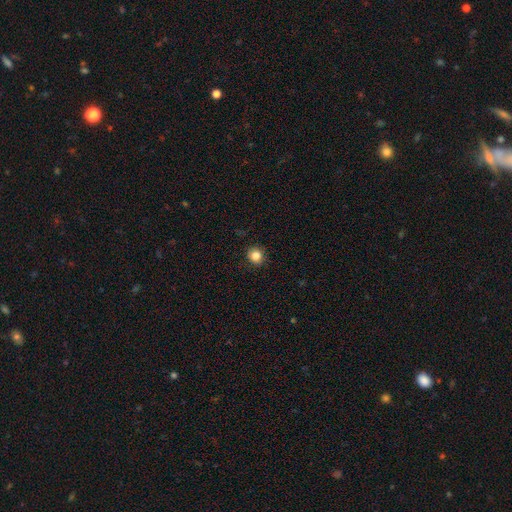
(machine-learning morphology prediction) Smooth or featured: smooth — 85% (star or artifact — 11%)
How rounded: round — 90% (in between — 9%)
Merging: none — 90% (minor disturbance — 7%)